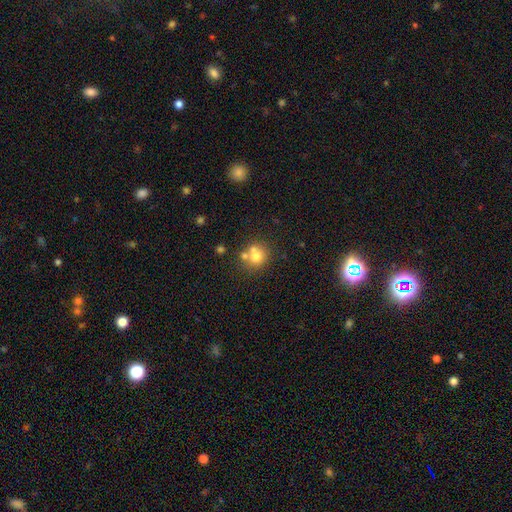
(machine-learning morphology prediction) Smooth or featured: smooth — 70% (featured or disk — 17%)
How rounded: round — 81% (in between — 18%)
Merging: none — 49% (merger — 36%)